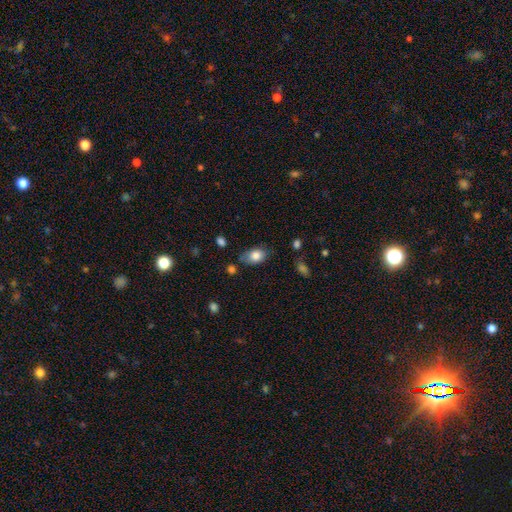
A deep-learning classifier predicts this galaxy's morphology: Smooth or featured? smooth (82%)
How rounded? in between (86%)
Merging? none (66%)